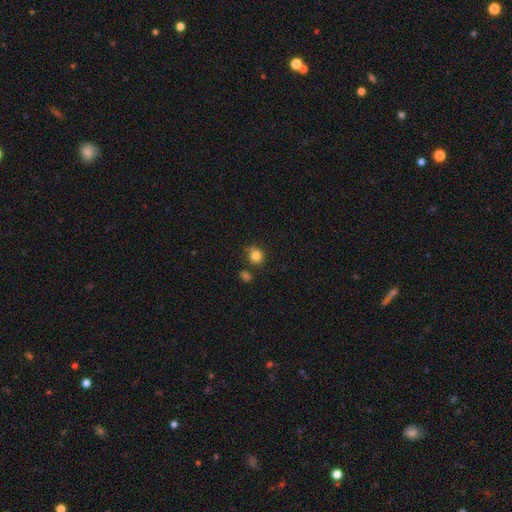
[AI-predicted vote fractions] A smooth galaxy with no disk features (83%) that is round (81%).

Vote fractions:
- Smooth or featured? smooth: 83% / star or artifact: 11% / featured or disk: 6%
- How rounded? round: 81% / in between: 18% / cigar-shaped: 1%
- Merging? none: 72% / minor disturbance: 17% / merger: 7% / major disturbance: 4%